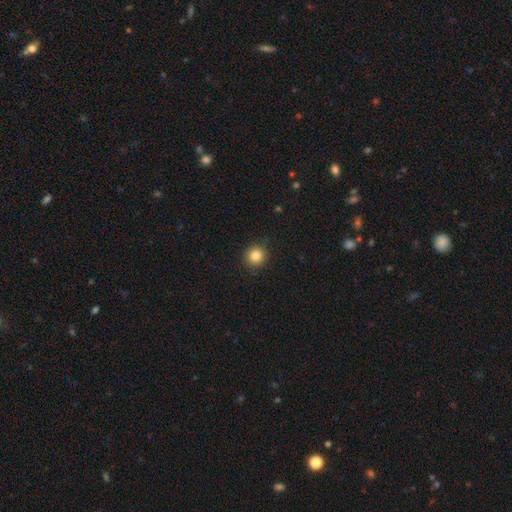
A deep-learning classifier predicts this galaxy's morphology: The model was most divided on "smooth or featured": smooth: 84%, star or artifact: 11%, featured or disk: 6%. More confident: how rounded — round (92%); merging — none (89%).